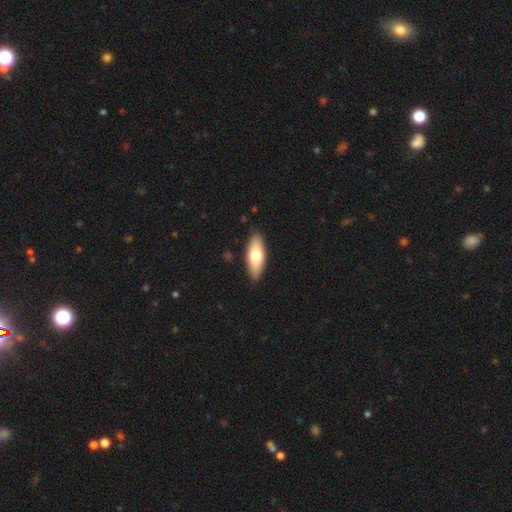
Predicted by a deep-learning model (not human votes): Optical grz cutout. It shows a smooth galaxy with no disk features (69%) that is in between round and cigar-shaped (74%). Merging: none (88%).